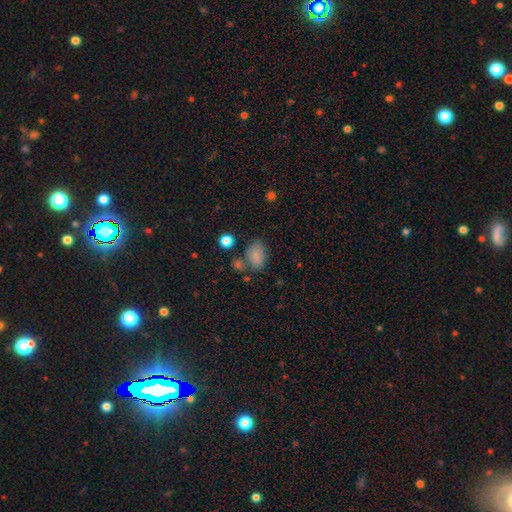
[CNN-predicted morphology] This is clearly a smooth galaxy (81%). How rounded: likely in between (78%). Merging: likely none (62%).